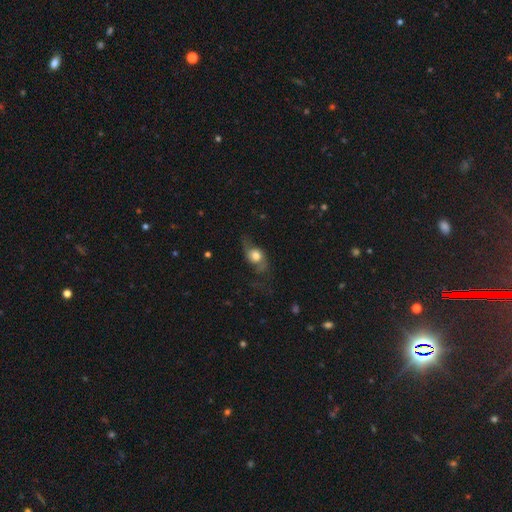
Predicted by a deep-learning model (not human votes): Q: Smooth or featured?
A: smooth (50%); runner-up: featured or disk (42%)
Q: Merging?
A: none (47%); runner-up: major disturbance (27%)